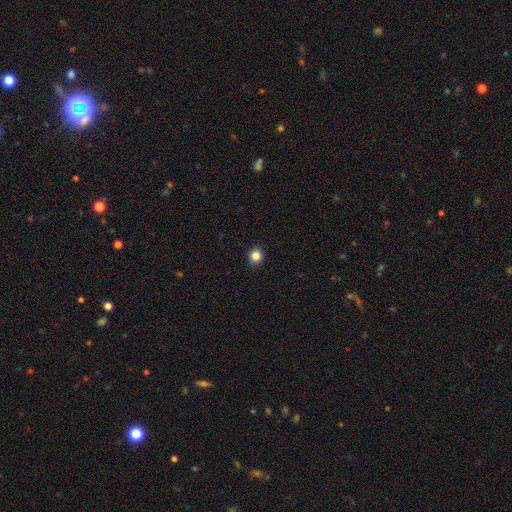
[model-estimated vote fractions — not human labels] smooth_or_featured: smooth (p=0.85) [alt: star or artifact p=0.11]
how_rounded: round (p=0.86) [alt: in between p=0.13]
merging: none (p=0.92) [alt: minor disturbance p=0.05]